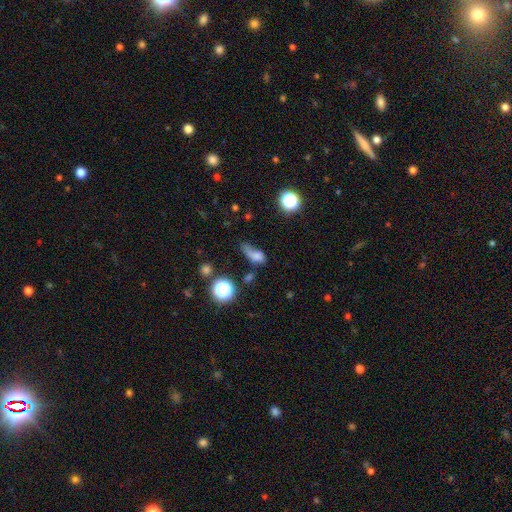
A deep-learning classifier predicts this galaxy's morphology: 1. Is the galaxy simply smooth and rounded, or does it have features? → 65% smooth, 19% featured or disk, 16% star or artifact.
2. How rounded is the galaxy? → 64% in between, 26% round, 11% cigar-shaped.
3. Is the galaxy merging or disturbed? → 38% major disturbance, 27% minor disturbance, 24% none, 11% merger.